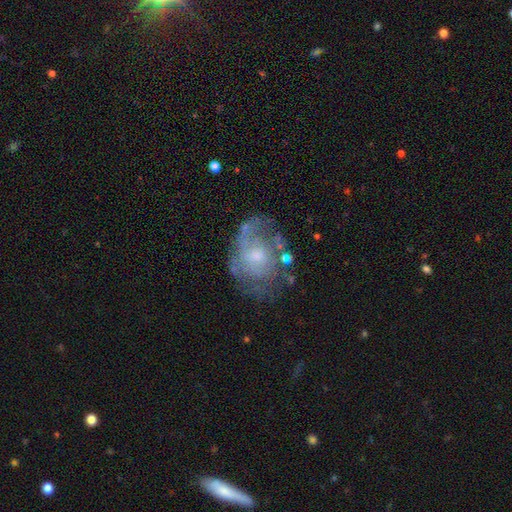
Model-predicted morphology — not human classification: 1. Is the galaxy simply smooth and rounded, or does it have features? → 68% featured or disk, 23% smooth, 10% star or artifact.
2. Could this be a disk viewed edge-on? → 97% no, 3% yes.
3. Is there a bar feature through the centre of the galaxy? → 75% no, 23% weak, 3% strong.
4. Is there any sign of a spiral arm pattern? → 60% yes, 40% no.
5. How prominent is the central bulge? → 46% moderate, 41% small, 8% none, 4% large, 1% dominant.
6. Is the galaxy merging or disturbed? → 51% none, 23% minor disturbance, 21% major disturbance, 5% merger.